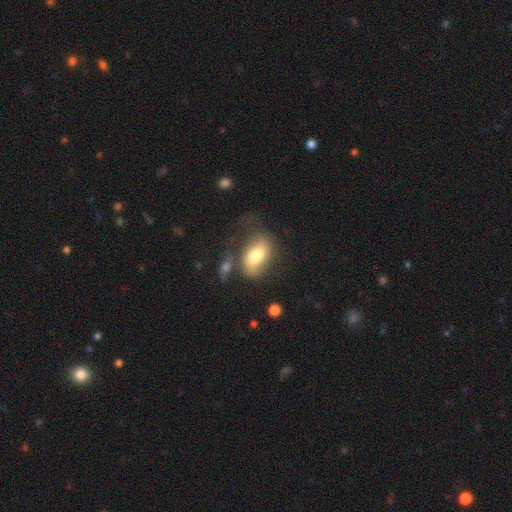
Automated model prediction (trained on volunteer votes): A smooth galaxy with no disk features (66%) that is in between round and cigar-shaped (89%). Merging: none (50%).